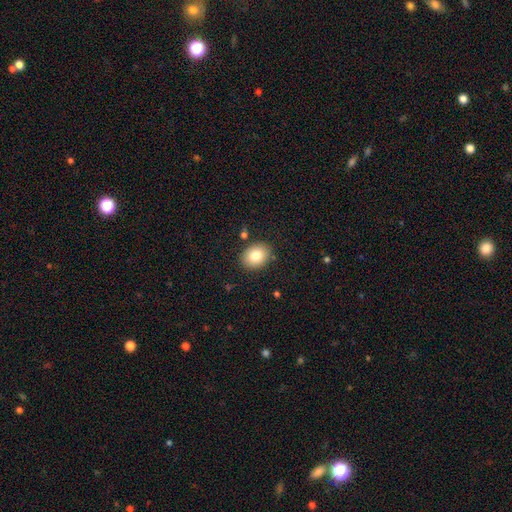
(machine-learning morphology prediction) The model was most divided on "how rounded": in between: 56%, round: 43%, cigar-shaped: 1%. More confident: merging — none (86%); smooth or featured — smooth (81%).